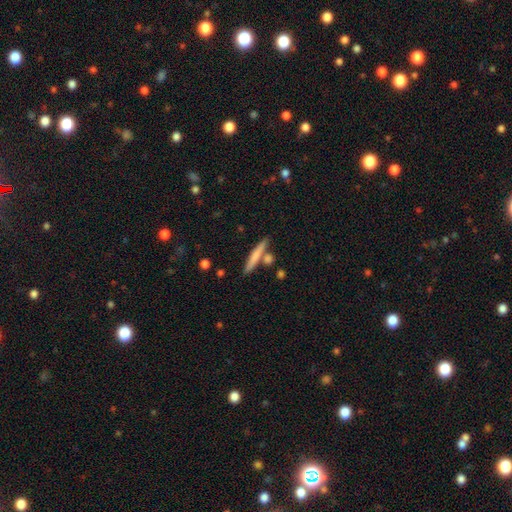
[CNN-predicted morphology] Smooth or featured: smooth — 65% (featured or disk — 29%)
How rounded: cigar-shaped — 92% (in between — 6%)
Merging: none — 73% (merger — 14%)